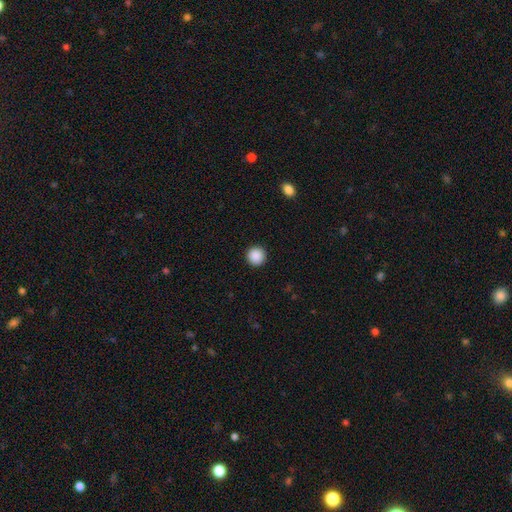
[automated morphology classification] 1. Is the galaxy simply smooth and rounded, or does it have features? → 89% smooth, 9% star or artifact, 2% featured or disk.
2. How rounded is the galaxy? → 96% round, 3% in between, 1% cigar-shaped.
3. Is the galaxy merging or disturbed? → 93% none, 4% minor disturbance, 2% major disturbance, 1% merger.